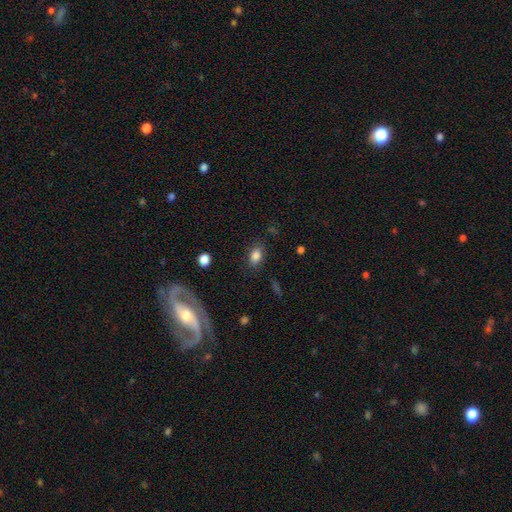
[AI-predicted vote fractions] Smooth or featured: smooth — 83% (star or artifact — 10%)
How rounded: in between — 82% (round — 16%)
Merging: none — 81% (minor disturbance — 13%)